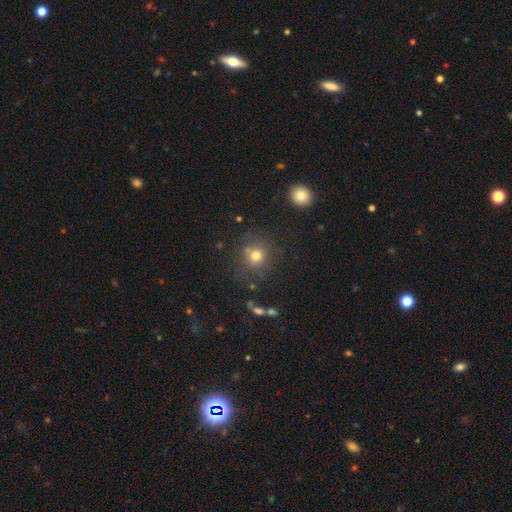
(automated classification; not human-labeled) A smooth galaxy with no disk features (74%) that is round (89%).

Vote fractions:
- Smooth or featured? smooth: 74% / star or artifact: 16% / featured or disk: 9%
- How rounded? round: 89% / in between: 10% / cigar-shaped: 1%
- Merging? none: 76% / minor disturbance: 12% / merger: 7% / major disturbance: 5%